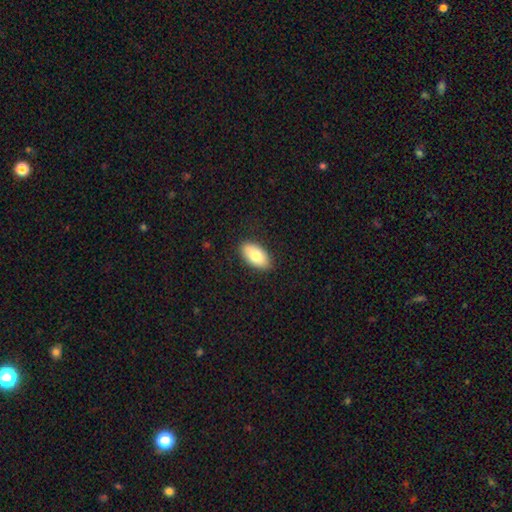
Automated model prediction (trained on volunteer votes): A smooth galaxy with no disk features (79%) that is in between round and cigar-shaped (94%). Merging: none (88%).